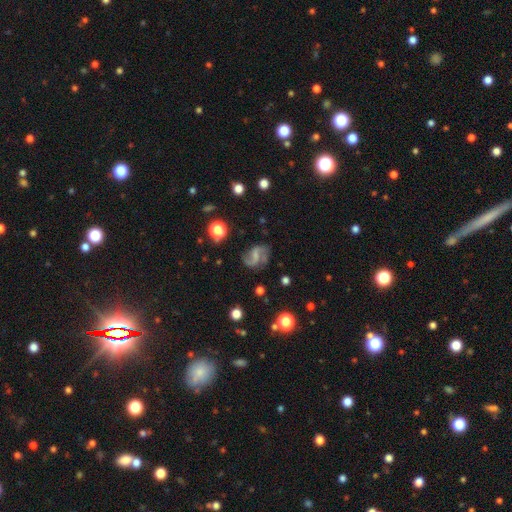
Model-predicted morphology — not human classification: featured or disk 75%, smooth 16%, star or artifact 9%. Down the decision tree: edge-on disk — no (98%); bar — weak (47%); spiral arms — yes (92%); spiral arm count — 2 (87%); spiral winding — loose (54%); bulge size — none (50%); merging — none (68%).